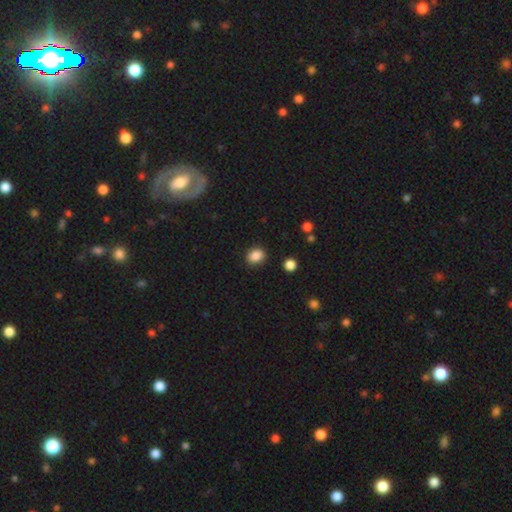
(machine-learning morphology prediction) smooth-or-featured: smooth: 87% | star or artifact: 10% | featured or disk: 4%
  how-rounded: in between: 55% | round: 44% | cigar-shaped: 1%
  merging: none: 88% | minor disturbance: 8% | major disturbance: 2% | merger: 2%